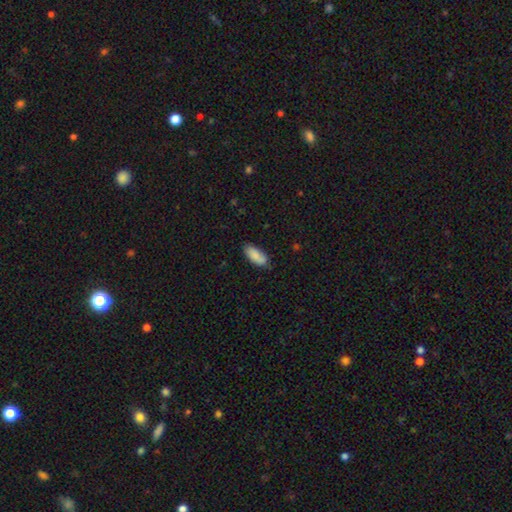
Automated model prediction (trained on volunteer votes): smooth 87%, featured or disk 7%, star or artifact 6%. Down the decision tree: how rounded — in between (87%); merging — none (77%).